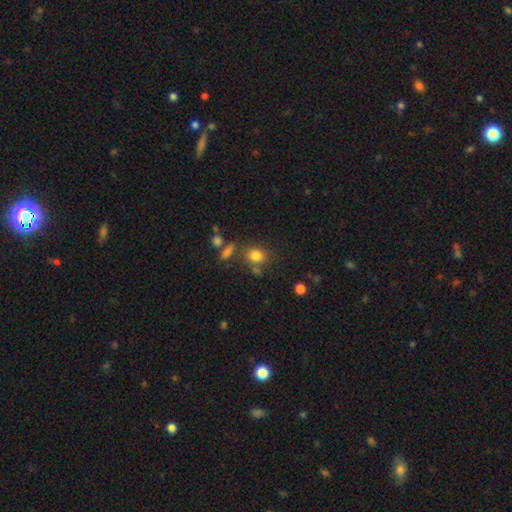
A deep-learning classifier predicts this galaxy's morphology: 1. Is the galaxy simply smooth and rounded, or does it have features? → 80% smooth, 13% star or artifact, 8% featured or disk.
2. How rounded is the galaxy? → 65% round, 33% in between, 1% cigar-shaped.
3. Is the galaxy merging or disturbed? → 68% none, 13% merger, 13% minor disturbance, 6% major disturbance.